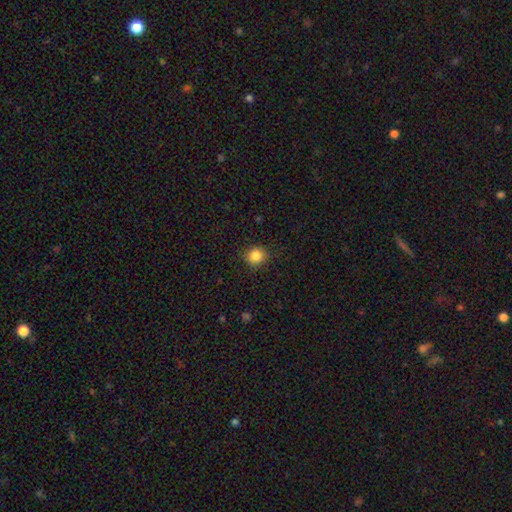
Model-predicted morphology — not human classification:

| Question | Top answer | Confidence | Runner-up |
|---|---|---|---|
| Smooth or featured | smooth | 84% | star or artifact (11%) |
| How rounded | round | 86% | in between (13%) |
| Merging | none | 86% | minor disturbance (11%) |